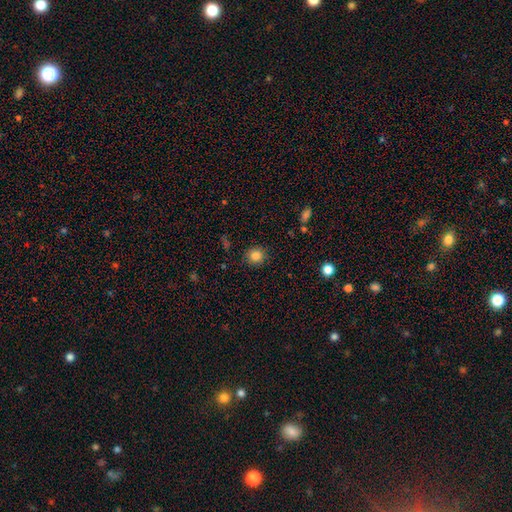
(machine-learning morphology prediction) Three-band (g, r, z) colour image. It shows a smooth galaxy with no disk features (83%) that is round (88%). Merging: none (89%).